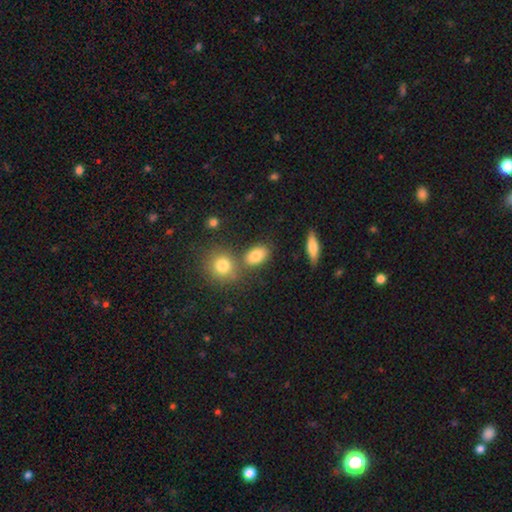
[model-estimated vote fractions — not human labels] Morphology: type=smooth (81%); roundness=in between (82%); merging=none (71%).